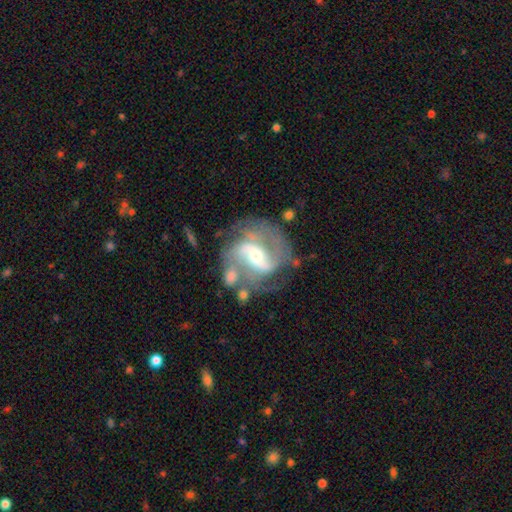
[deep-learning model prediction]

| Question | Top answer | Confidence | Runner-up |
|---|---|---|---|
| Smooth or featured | featured or disk | 86% | smooth (8%) |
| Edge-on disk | no | 97% | yes (3%) |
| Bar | strong | 40% | weak (38%) |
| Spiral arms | yes | 94% | no (6%) |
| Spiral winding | medium | 50% | loose (26%) |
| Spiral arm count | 2 | 75% | can't tell (9%) |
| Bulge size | small | 48% | moderate (47%) |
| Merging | none | 59% | minor disturbance (18%) |